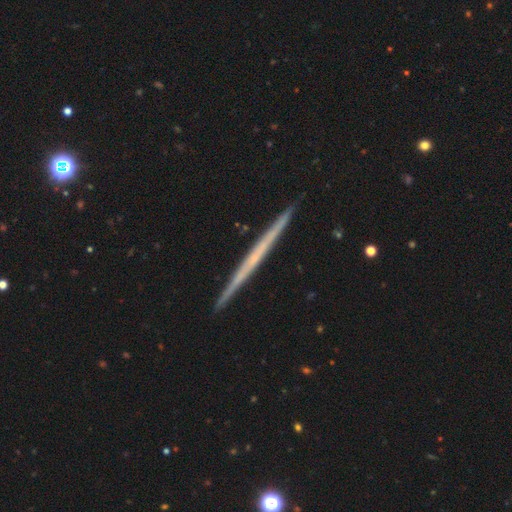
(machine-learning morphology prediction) Overall: featured or disk (67%; smooth 27%). Edge-on disk: yes (98%). Edge-on bulge: none (88%). Merging: none (92%).